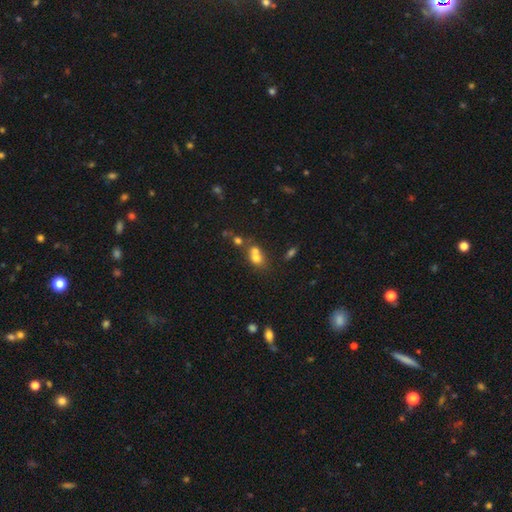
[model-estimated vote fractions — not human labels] Smooth or featured: smooth — 66% (featured or disk — 18%)
How rounded: round — 49% (in between — 48%)
Merging: merger — 62% (none — 26%)